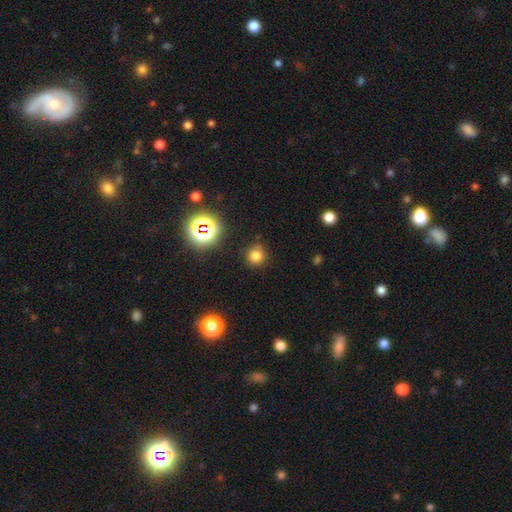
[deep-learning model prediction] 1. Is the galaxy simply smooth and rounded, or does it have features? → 74% smooth, 20% star or artifact, 6% featured or disk.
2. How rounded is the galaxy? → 91% round, 8% in between, 1% cigar-shaped.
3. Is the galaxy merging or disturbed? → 83% none, 11% minor disturbance, 3% major disturbance, 2% merger.